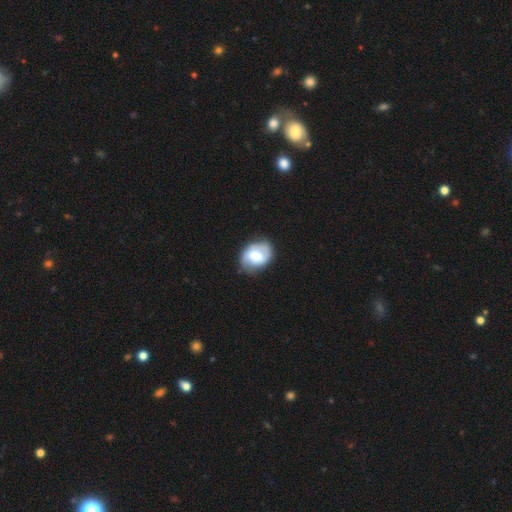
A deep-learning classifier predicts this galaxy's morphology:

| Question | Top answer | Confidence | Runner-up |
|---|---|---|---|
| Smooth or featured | smooth | 50% | featured or disk (44%) |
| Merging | none | 71% | minor disturbance (21%) |